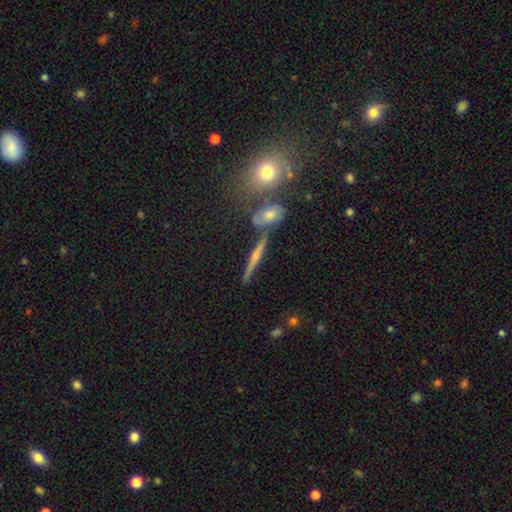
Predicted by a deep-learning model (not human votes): A featured or disk galaxy (55%) viewed edge-on (92%) with a rounded central bulge (59%). Merging: none (72%).